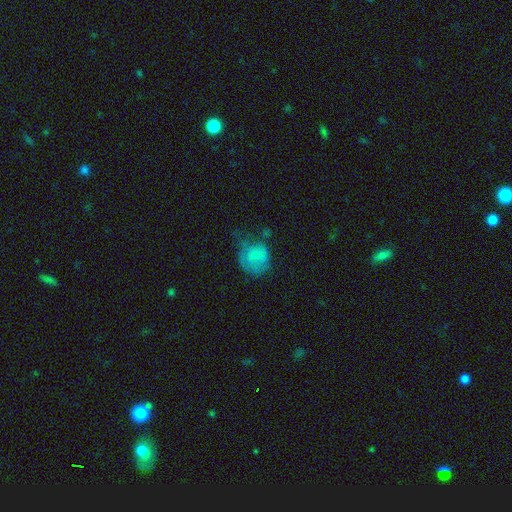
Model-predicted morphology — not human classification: Overall: smooth (65%; featured or disk 27%). How rounded: round (75%). Merging: none (35%; minor disturbance 34%).